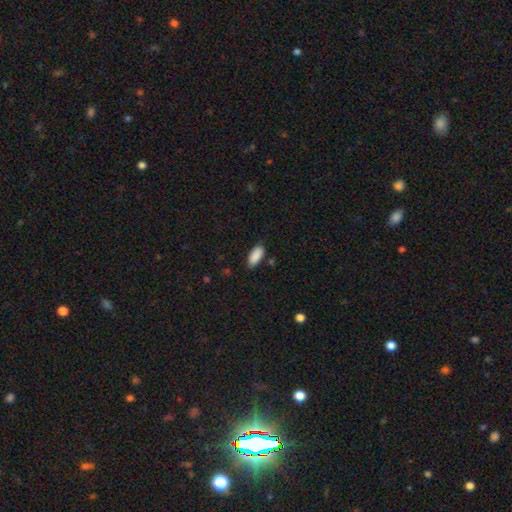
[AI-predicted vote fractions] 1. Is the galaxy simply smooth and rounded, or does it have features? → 90% smooth, 6% star or artifact, 4% featured or disk.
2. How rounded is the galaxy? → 88% in between, 10% cigar-shaped, 2% round.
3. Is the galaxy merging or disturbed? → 82% none, 14% minor disturbance, 3% major disturbance, 2% merger.